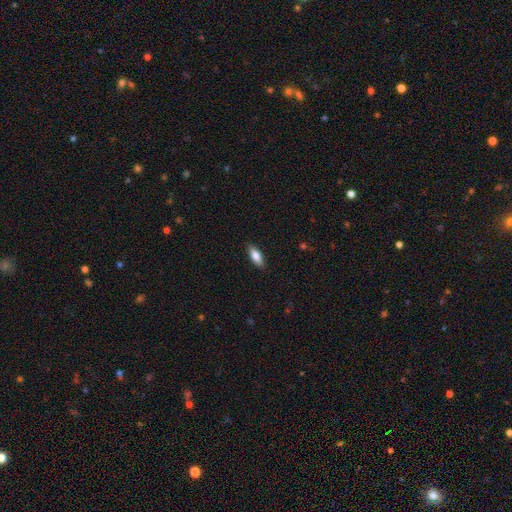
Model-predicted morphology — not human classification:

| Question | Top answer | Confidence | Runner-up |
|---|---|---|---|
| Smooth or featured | smooth | 78% | featured or disk (16%) |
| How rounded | in between | 70% | cigar-shaped (28%) |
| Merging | none | 88% | minor disturbance (9%) |